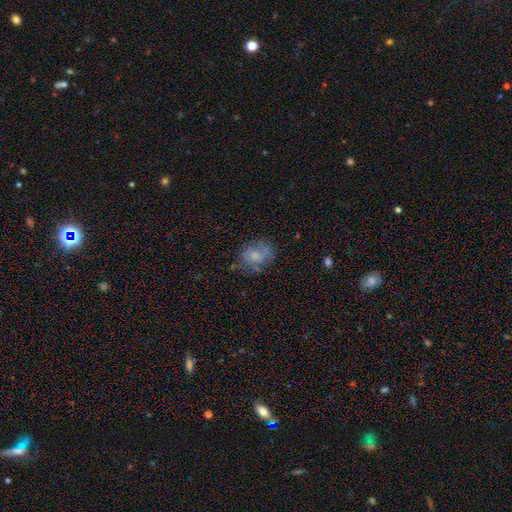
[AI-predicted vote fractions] smooth 51%, featured or disk 39%, star or artifact 10%. Down the decision tree: how rounded — in between (55%); merging — none (64%).